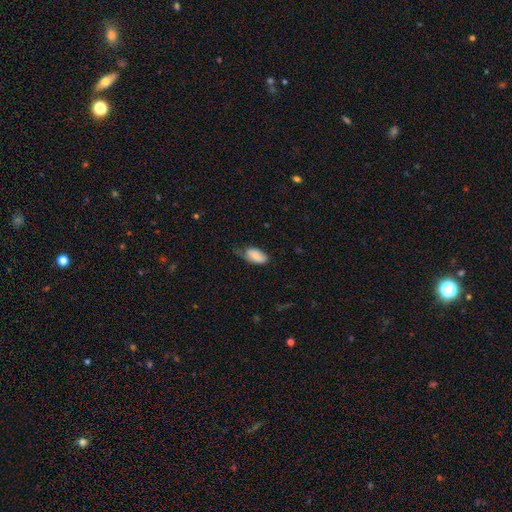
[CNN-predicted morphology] This appears to be a smooth galaxy with no disk features (77%) that is in between round and cigar-shaped (93%). Merging: minor disturbance (42%, tied with none).